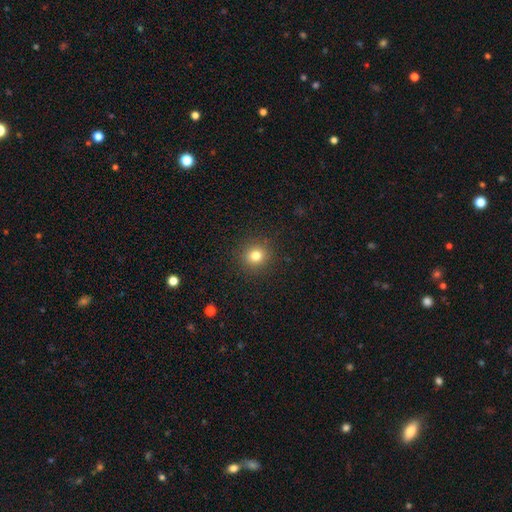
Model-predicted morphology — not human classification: Overall: smooth (80%). How rounded: round (91%). Merging: none (91%).